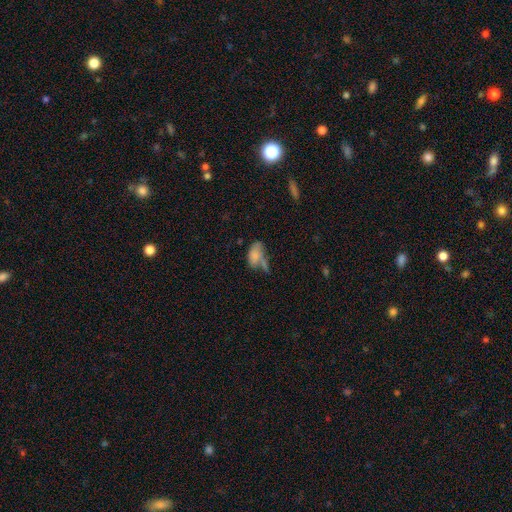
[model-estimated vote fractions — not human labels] smooth_or_featured: smooth (p=0.72) [alt: featured or disk p=0.17]
how_rounded: in between (p=0.90) [alt: round p=0.06]
merging: none (p=0.31) [alt: merger p=0.28]